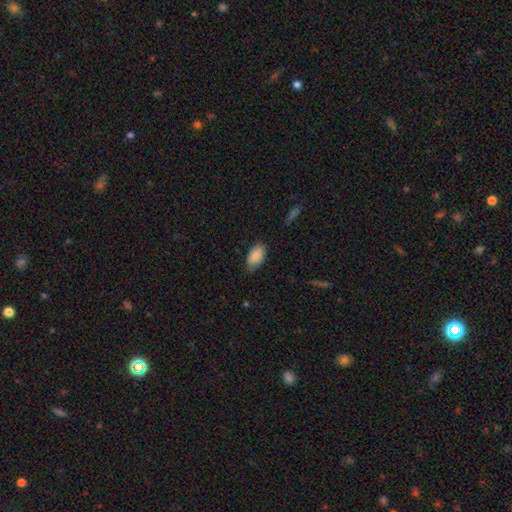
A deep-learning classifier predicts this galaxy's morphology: Overall: smooth (87%). How rounded: in between (94%). Merging: none (77%).